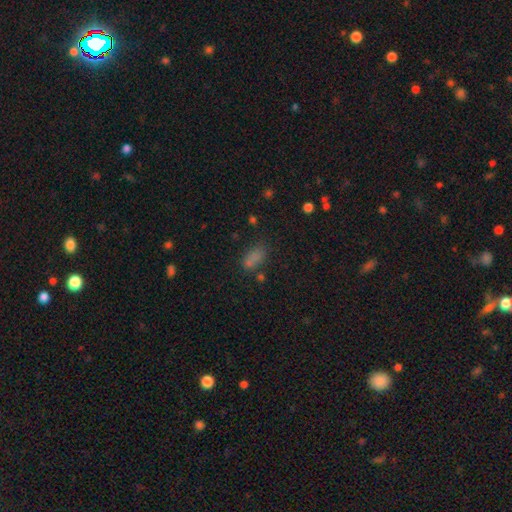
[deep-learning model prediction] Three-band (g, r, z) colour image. It shows a smooth galaxy with no disk features (74%) that is in between round and cigar-shaped (78%). Merging: none (65%).